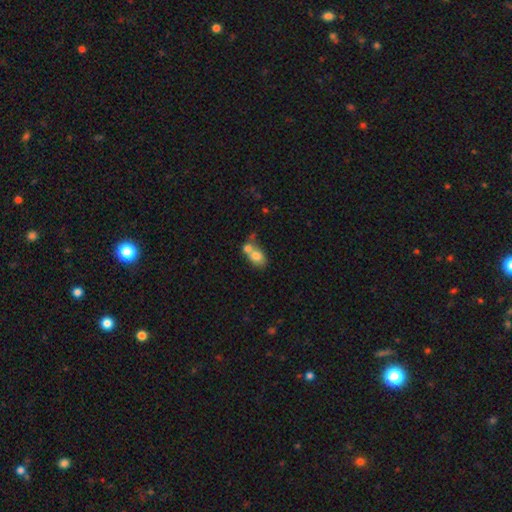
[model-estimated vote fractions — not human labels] A smooth galaxy with no disk features (74%) that is in between round and cigar-shaped (70%).

Vote fractions:
- Smooth or featured? smooth: 74% / featured or disk: 17% / star or artifact: 9%
- How rounded? in between: 70% / round: 28% / cigar-shaped: 2%
- Merging? merger: 64% / none: 22% / minor disturbance: 9% / major disturbance: 5%